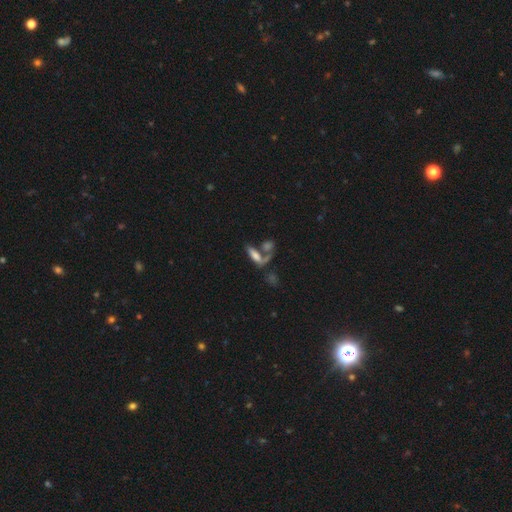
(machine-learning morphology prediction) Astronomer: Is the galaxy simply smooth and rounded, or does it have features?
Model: smooth — 64%.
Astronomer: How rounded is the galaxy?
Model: in between — 56% (runner-up: cigar-shaped, 38%).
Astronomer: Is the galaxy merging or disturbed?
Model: merger — 47% (runner-up: none, 34%).